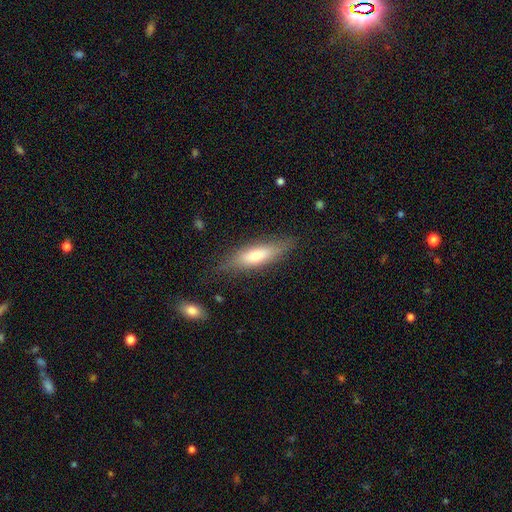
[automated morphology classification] A smooth galaxy with no disk features (60%) that is cigar-shaped (64%). Merging: none (79%).